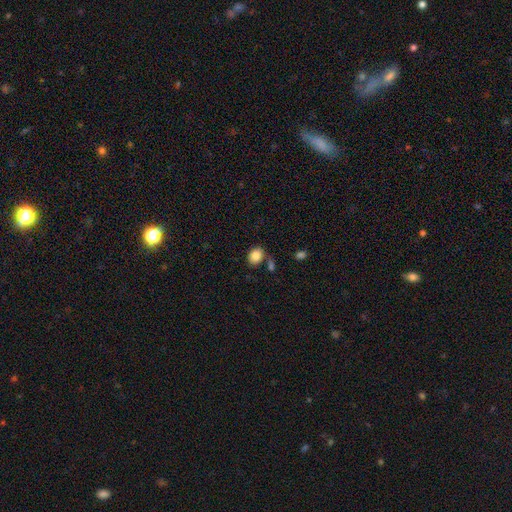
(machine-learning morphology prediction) Smooth or featured: smooth — 84% (star or artifact — 9%)
How rounded: round — 51% (in between — 48%)
Merging: none — 69% (minor disturbance — 15%)